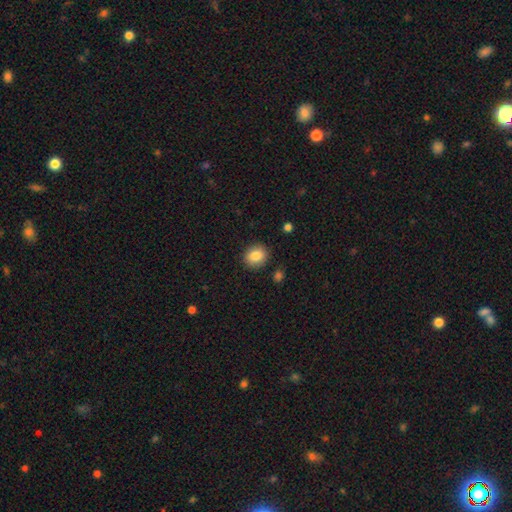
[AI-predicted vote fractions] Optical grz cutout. It shows a smooth galaxy with no disk features (85%) that is round (67%). Merging: none (88%).